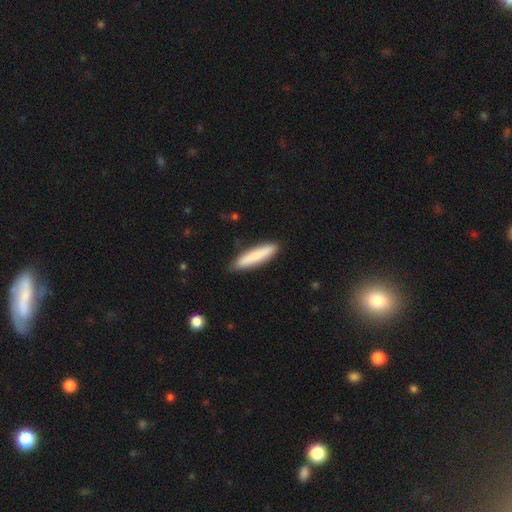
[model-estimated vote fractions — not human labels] A smooth galaxy with no disk features (83%) that is cigar-shaped (83%).

Vote fractions:
- Smooth or featured? smooth: 83% / featured or disk: 12% / star or artifact: 6%
- How rounded? cigar-shaped: 83% / in between: 15% / round: 1%
- Merging? none: 86% / minor disturbance: 11% / major disturbance: 2% / merger: 1%